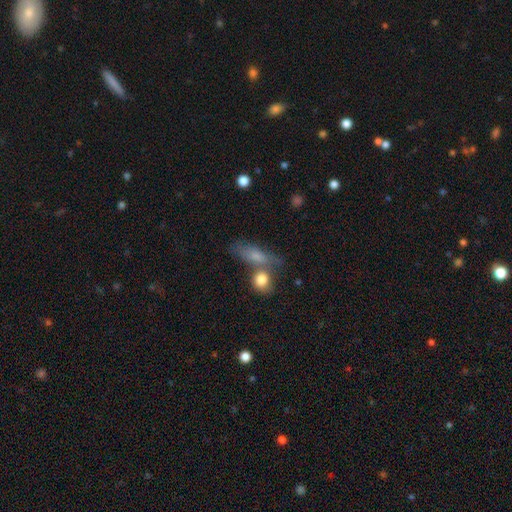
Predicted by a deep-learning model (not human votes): Overall: smooth (72%). How rounded: in between (61%; cigar-shaped 29%). Merging: merger (39%; none 38%).